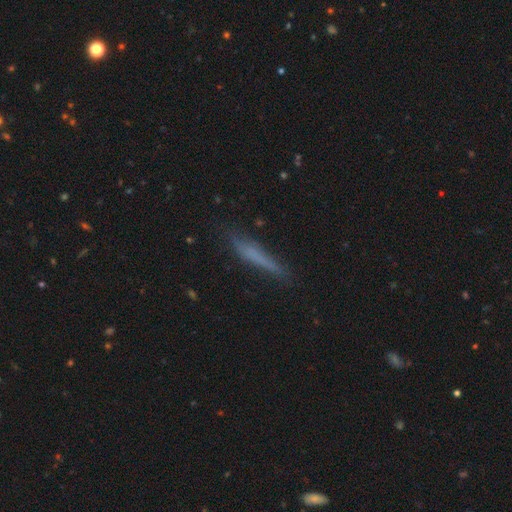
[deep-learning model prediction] Smooth or featured? Predicted: smooth (p=0.60). How rounded? Predicted: cigar-shaped (p=0.93). Merging? Predicted: none (p=0.77).